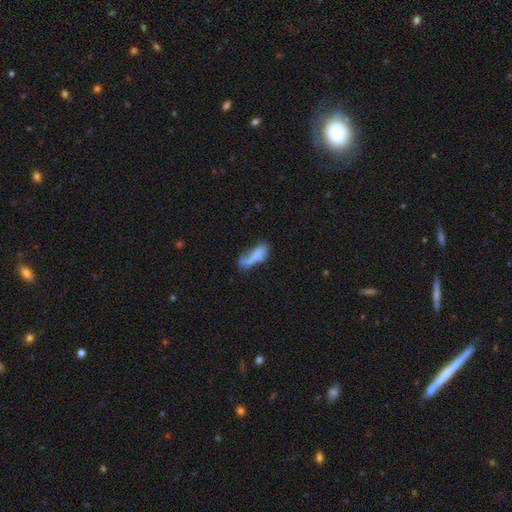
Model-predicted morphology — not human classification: smooth_or_featured: smooth (p=0.64) [alt: featured or disk p=0.27]
how_rounded: in between (p=0.63) [alt: cigar-shaped p=0.33]
merging: major disturbance (p=0.33) [alt: none p=0.29]